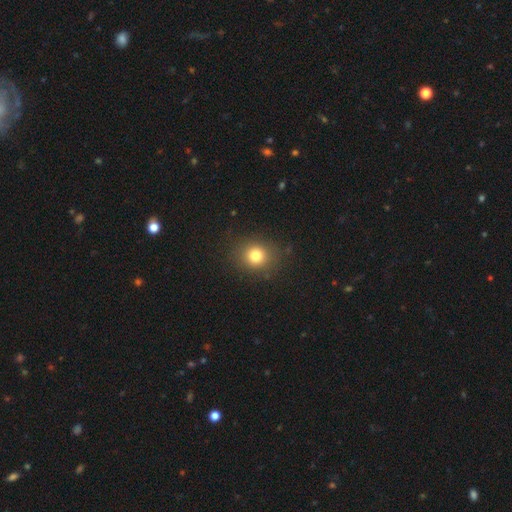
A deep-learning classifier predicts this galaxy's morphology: A smooth galaxy with no disk features (79%) that is round (77%). Merging: none (87%).